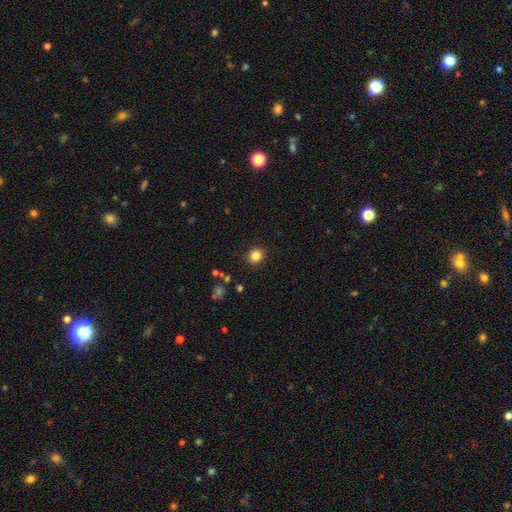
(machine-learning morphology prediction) This is clearly a smooth galaxy (83%). How rounded: clearly round (82%). Merging: clearly none (90%).